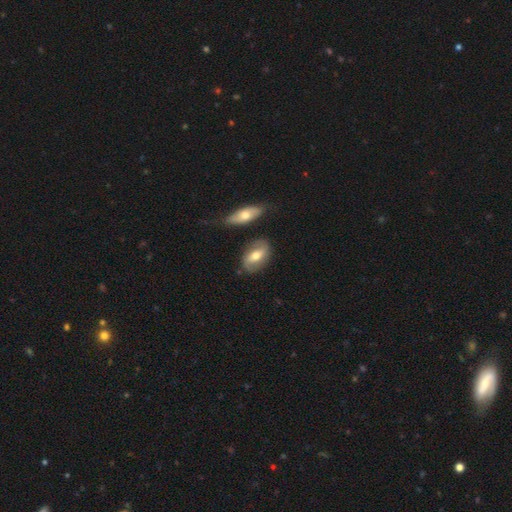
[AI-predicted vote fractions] This is possibly a featured or disk galaxy (51%). It is clearly not viewed edge-on (89%). Merging: likely none (75%).